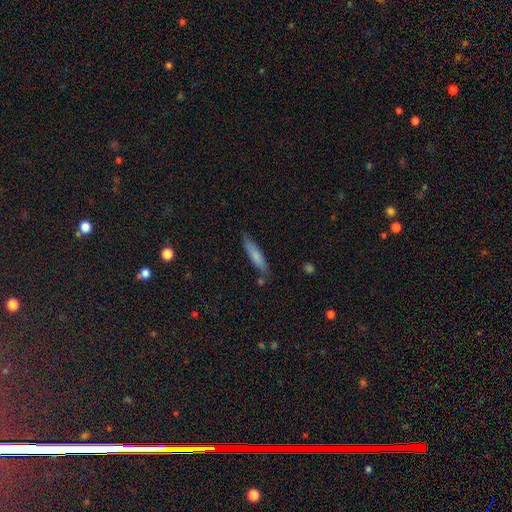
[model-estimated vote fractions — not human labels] A smooth galaxy with no disk features (73%) that is cigar-shaped (84%).

Vote fractions:
- Smooth or featured? smooth: 73% / featured or disk: 21% / star or artifact: 6%
- How rounded? cigar-shaped: 84% / in between: 15% / round: 1%
- Merging? none: 80% / minor disturbance: 14% / merger: 3% / major disturbance: 3%